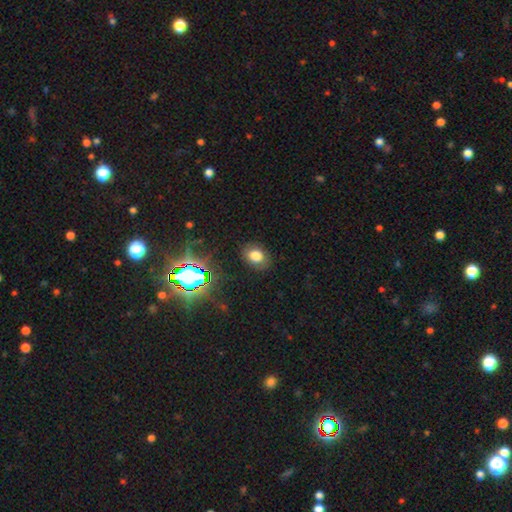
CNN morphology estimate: type=smooth (74%); roundness=in between (65%); merging=none (83%).